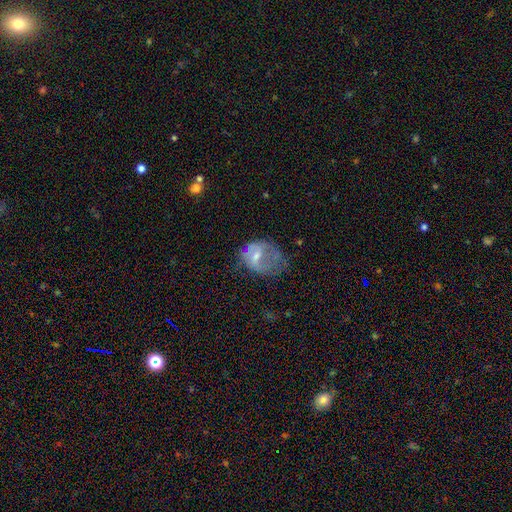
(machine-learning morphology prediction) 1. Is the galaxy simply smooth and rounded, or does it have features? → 53% featured or disk, 36% smooth, 10% star or artifact.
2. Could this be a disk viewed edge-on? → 96% no, 4% yes.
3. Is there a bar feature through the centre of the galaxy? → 46% weak, 39% no, 15% strong.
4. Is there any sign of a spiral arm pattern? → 56% no, 44% yes.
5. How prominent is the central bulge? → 43% moderate (tied), 43% small (tied), 10% none, 3% large, 1% dominant.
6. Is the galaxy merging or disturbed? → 36% major disturbance, 32% none, 29% minor disturbance, 3% merger.